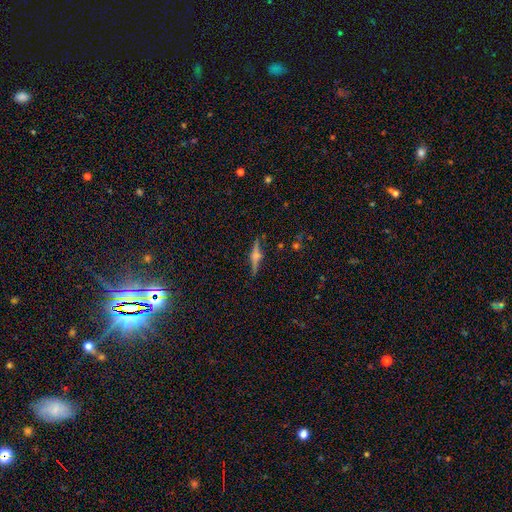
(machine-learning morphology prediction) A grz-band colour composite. It shows a featured or disk galaxy (67%) viewed edge-on (97%) with a rounded central bulge (79%). Merging: none (86%).